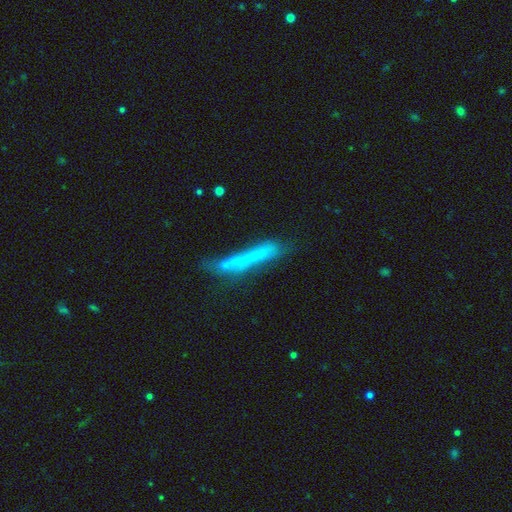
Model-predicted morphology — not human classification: smooth_or_featured: smooth (p=0.55) [alt: featured or disk p=0.36]
how_rounded: cigar-shaped (p=0.94) [alt: in between p=0.04]
merging: none (p=0.63) [alt: minor disturbance p=0.23]